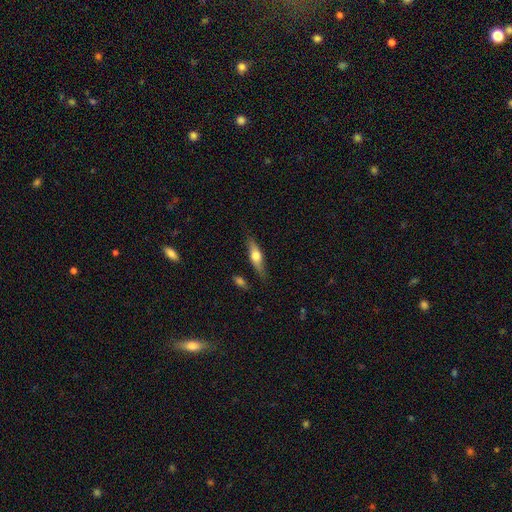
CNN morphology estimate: Smooth or featured? smooth (52%)
How rounded? cigar-shaped (61%)
Merging? none (80%)